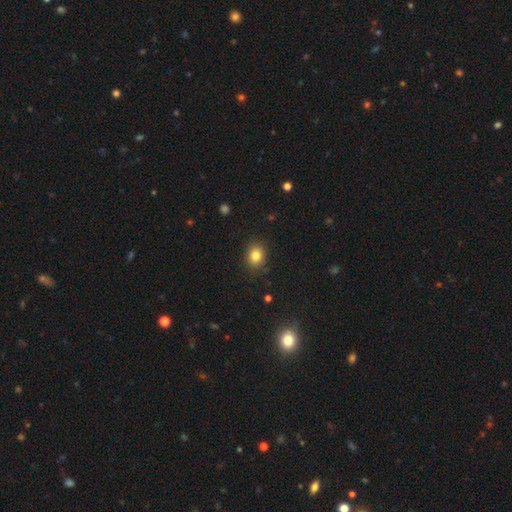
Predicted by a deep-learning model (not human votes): This appears to be a smooth galaxy with no disk features (82%) that is round (56%). Merging: none (86%).